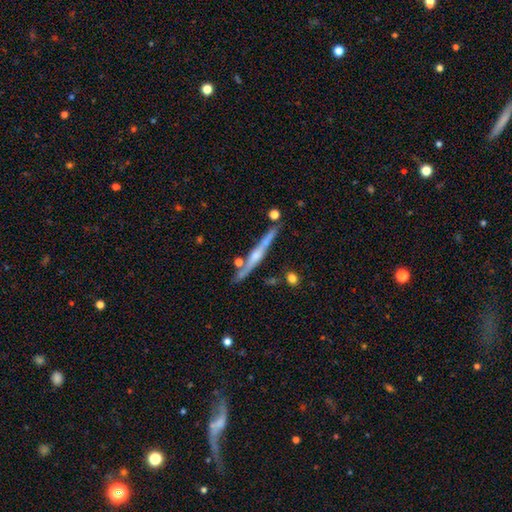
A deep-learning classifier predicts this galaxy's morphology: Q: Smooth or featured?
A: featured or disk (77%); runner-up: smooth (16%)
Q: Edge-on disk?
A: yes (97%); runner-up: no (3%)
Q: Edge-on bulge?
A: rounded (74%); runner-up: none (18%)
Q: Merging?
A: none (81%); runner-up: minor disturbance (12%)